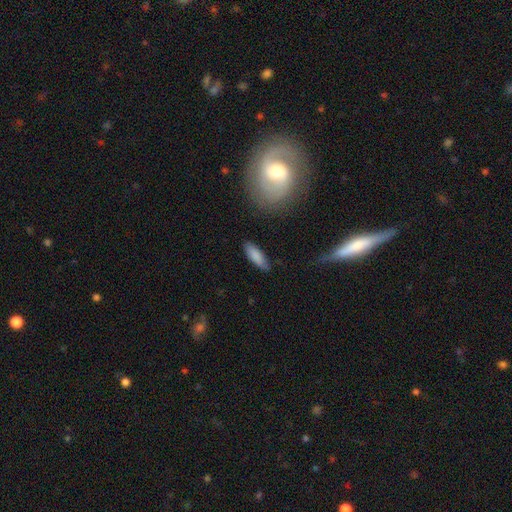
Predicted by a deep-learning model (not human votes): This is clearly a smooth galaxy (85%). How rounded: possibly in between (59%). Merging: clearly none (83%).